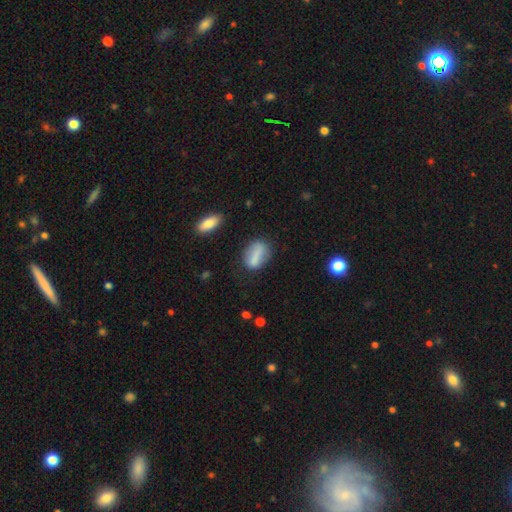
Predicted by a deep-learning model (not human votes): Smooth or featured? smooth (75%)
How rounded? in between (75%)
Merging? none (67%)